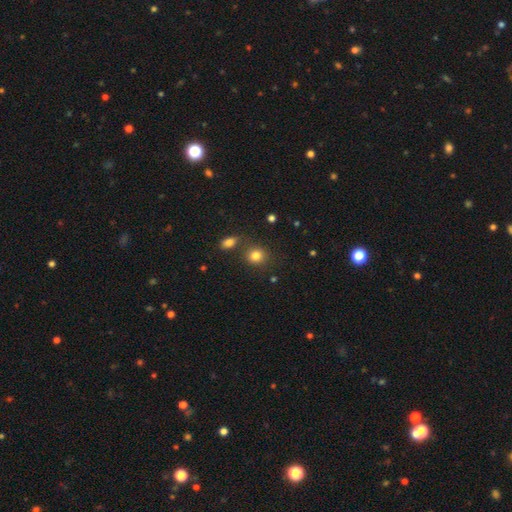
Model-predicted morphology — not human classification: Smooth or featured? smooth (82%)
How rounded? round (76%)
Merging? none (74%)